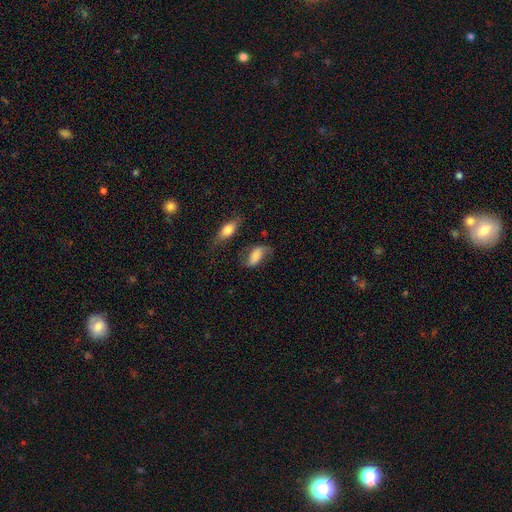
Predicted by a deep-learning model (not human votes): Smooth or featured: smooth — 55% (featured or disk — 36%)
How rounded: in between — 86% (cigar-shaped — 7%)
Merging: none — 53% (minor disturbance — 27%)